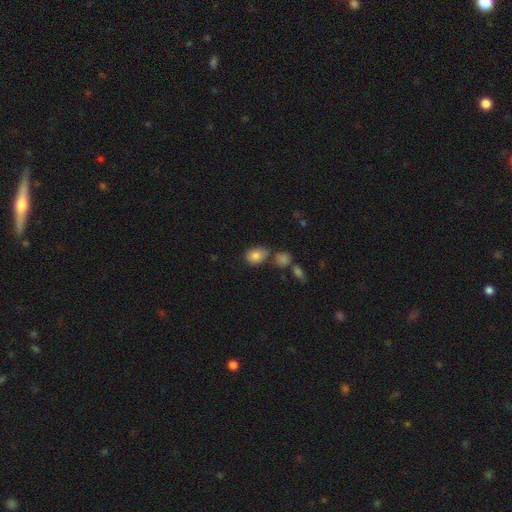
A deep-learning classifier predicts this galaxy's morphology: Smooth or featured: smooth — 82% (star or artifact — 9%)
How rounded: in between — 71% (round — 28%)
Merging: none — 58% (merger — 18%)